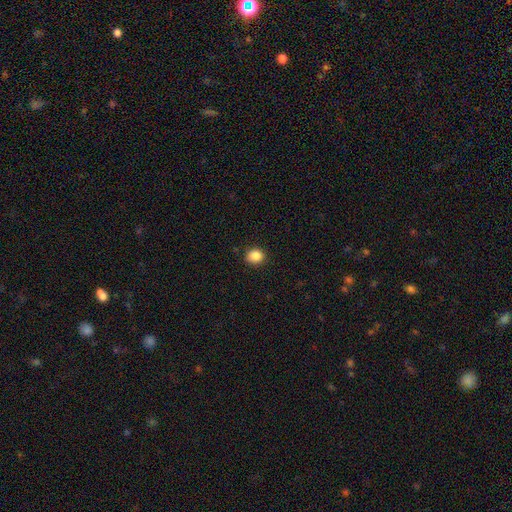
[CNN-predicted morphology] This is clearly a smooth galaxy (86%). How rounded: likely round (74%). Merging: clearly none (88%).